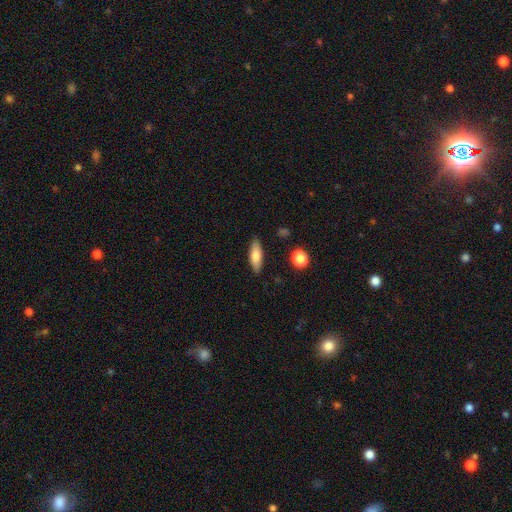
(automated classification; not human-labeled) Smooth or featured? Predicted: smooth (p=0.77). How rounded? Predicted: in between (p=0.61). Merging? Predicted: none (p=0.85).